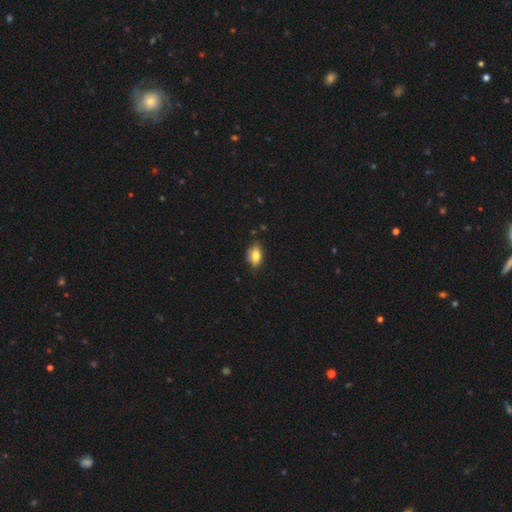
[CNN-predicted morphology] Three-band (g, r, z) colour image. It shows a smooth galaxy with no disk features (77%) that is in between round and cigar-shaped (88%). Merging: none (68%).